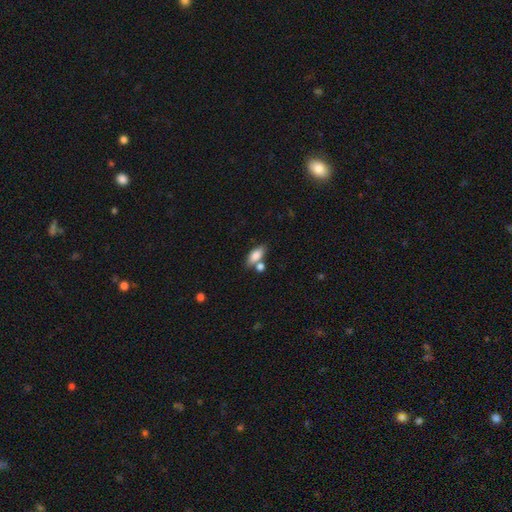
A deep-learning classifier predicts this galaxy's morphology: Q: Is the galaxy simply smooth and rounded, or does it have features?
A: smooth — 79%.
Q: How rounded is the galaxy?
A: in between — 81%.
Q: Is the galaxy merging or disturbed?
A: none — 58%.